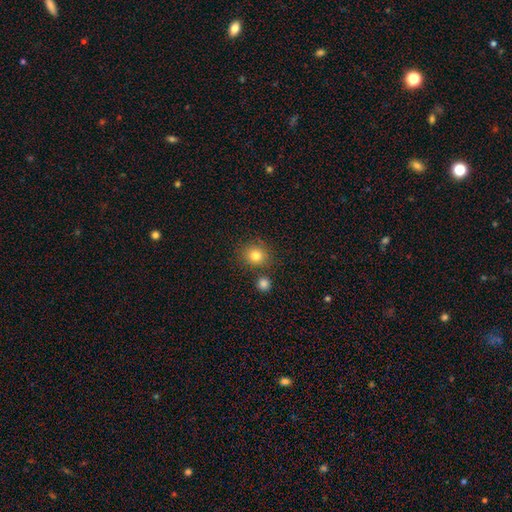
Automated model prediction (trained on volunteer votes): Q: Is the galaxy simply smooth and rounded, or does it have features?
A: smooth — 81%.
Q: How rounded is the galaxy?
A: round — 82%.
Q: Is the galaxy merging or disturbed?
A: none — 77%.